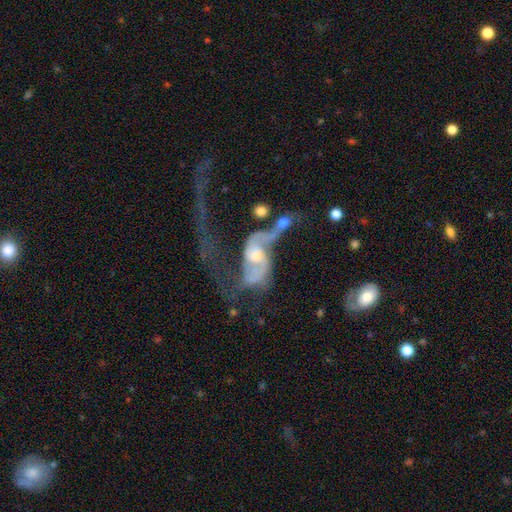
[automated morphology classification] This appears to be a featured or disk galaxy (78%) with no bar (58%), 2 (62%) loose (61%) spiral arms (80%) and a moderate central bulge (55%). Merging: major disturbance (44%).